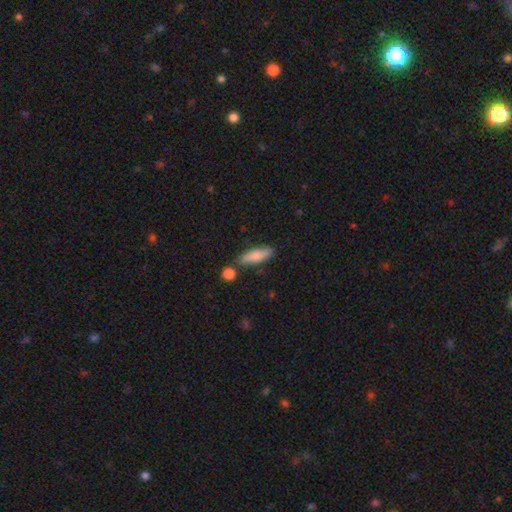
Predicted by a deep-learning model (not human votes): A smooth galaxy with no disk features (79%) that is in between round and cigar-shaped (55%).

Vote fractions:
- Smooth or featured? smooth: 79% / featured or disk: 14% / star or artifact: 6%
- How rounded? in between: 55% / cigar-shaped: 43% / round: 3%
- Merging? none: 74% / minor disturbance: 15% / merger: 8% / major disturbance: 3%